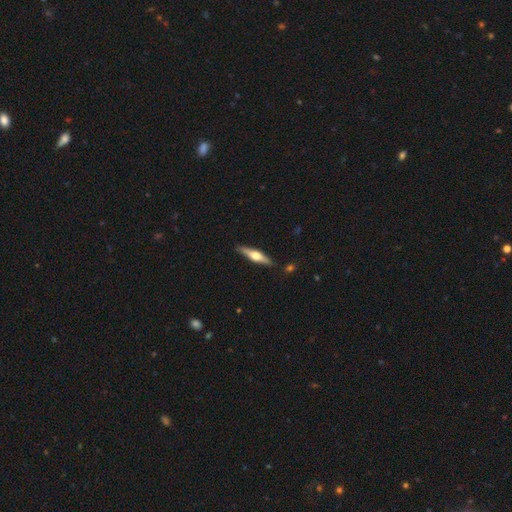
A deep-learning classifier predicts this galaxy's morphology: Smooth or featured: featured or disk — 66% (smooth — 28%)
Edge-on disk: yes — 97% (no — 3%)
Edge-on bulge: rounded — 93% (boxy — 5%)
Merging: none — 88% (minor disturbance — 8%)